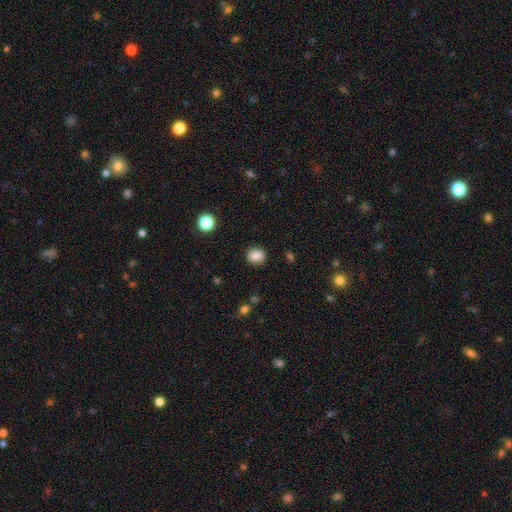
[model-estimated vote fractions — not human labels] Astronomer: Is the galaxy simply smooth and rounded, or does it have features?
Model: smooth — 83%.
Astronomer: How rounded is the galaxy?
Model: round — 72%.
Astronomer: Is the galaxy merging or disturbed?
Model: none — 85%.